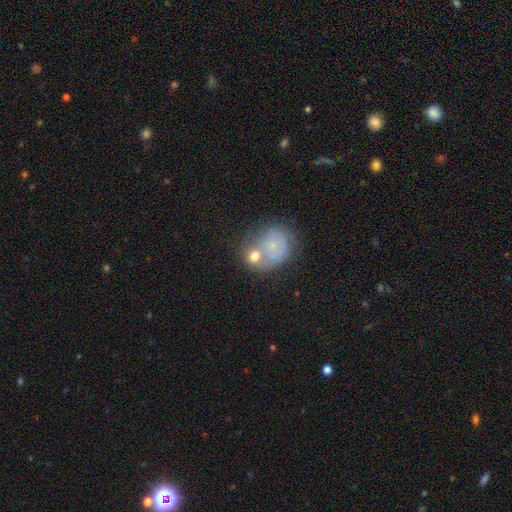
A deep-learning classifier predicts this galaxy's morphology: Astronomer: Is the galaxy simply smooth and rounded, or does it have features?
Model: featured or disk — 46% (runner-up: smooth, 42%).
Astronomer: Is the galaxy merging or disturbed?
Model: none — 40% (runner-up: merger, 35%).